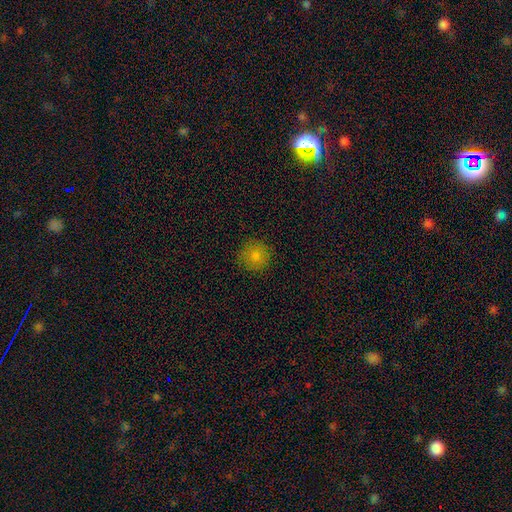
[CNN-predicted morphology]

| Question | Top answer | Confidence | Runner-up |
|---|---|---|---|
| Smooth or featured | smooth | 80% | star or artifact (12%) |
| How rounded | round | 93% | in between (6%) |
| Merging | none | 88% | minor disturbance (9%) |